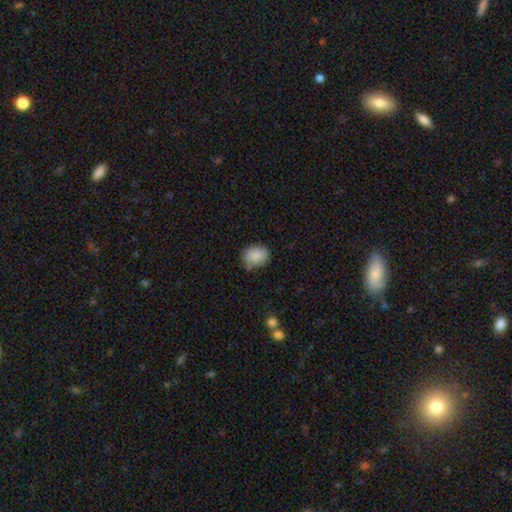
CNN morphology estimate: A smooth galaxy with no disk features (87%) that is in between round and cigar-shaped (56%). Merging: none (68%).